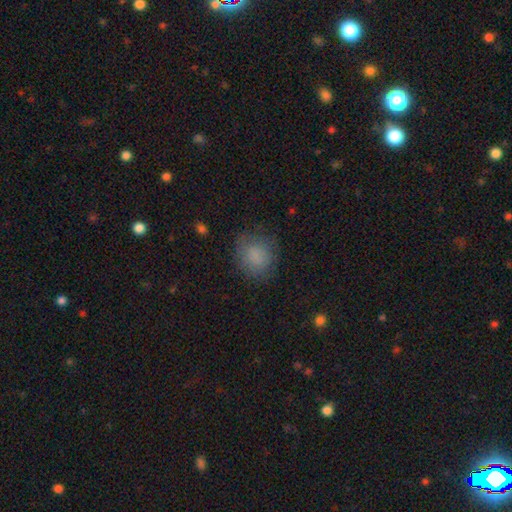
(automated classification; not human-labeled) This appears to be a smooth galaxy with no disk features (82%) that is round (76%). Merging: none (75%).